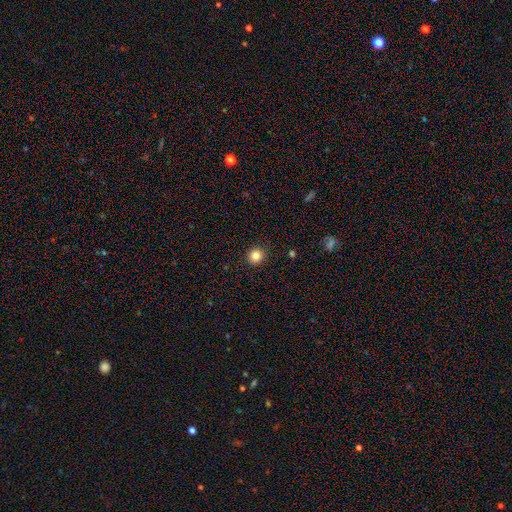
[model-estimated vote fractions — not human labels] Smooth or featured?
  - smooth: 84% *
  - star or artifact: 11%
  - featured or disk: 5%
How rounded?
  - round: 90% *
  - in between: 9%
  - cigar-shaped: 1%
Merging?
  - none: 92% *
  - minor disturbance: 5%
  - major disturbance: 2%
  - merger: 1%